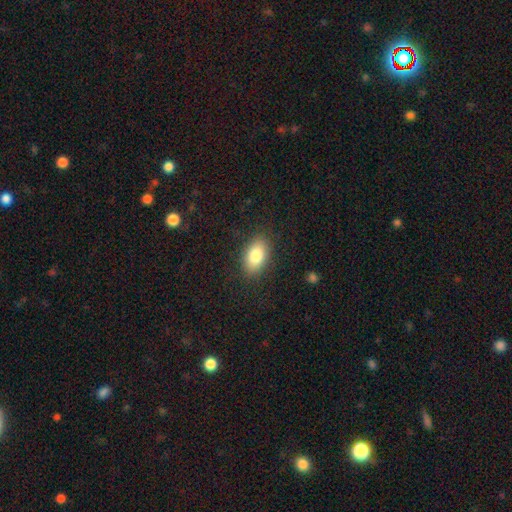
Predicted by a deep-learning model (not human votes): smooth 82%, featured or disk 10%, star or artifact 8%. Down the decision tree: how rounded — in between (90%); merging — none (86%).